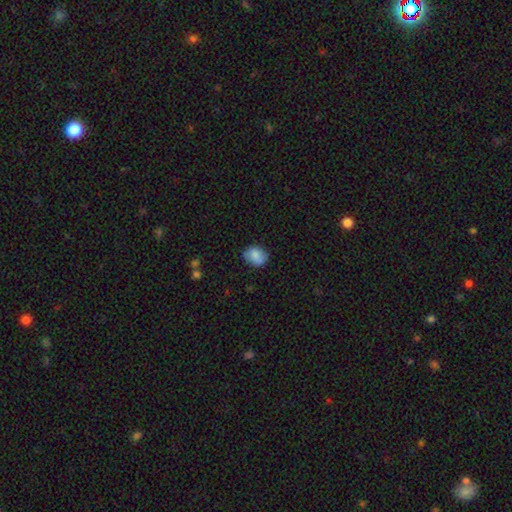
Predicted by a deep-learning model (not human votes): smooth-or-featured: smooth: 81% | featured or disk: 11% | star or artifact: 8%
  how-rounded: in between: 58% | round: 41% | cigar-shaped: 1%
  merging: none: 77% | minor disturbance: 18% | major disturbance: 4% | merger: 1%